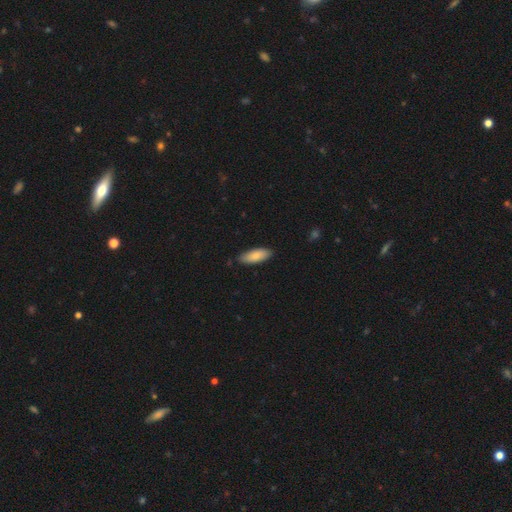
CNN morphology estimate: type=smooth (84%); roundness=in between (75%); merging=none (84%).